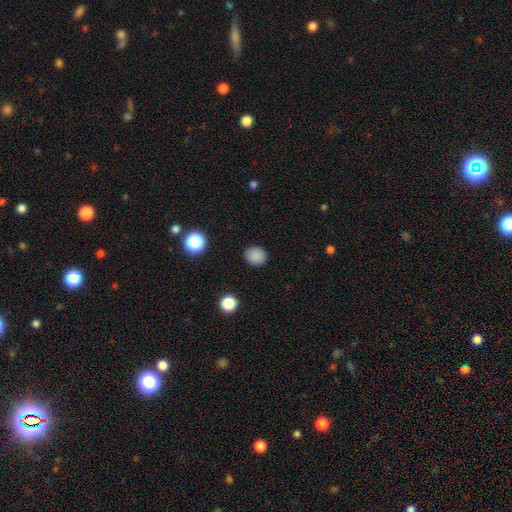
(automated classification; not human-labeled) A smooth galaxy with no disk features (86%) that is round (76%).

Vote fractions:
- Smooth or featured? smooth: 86% / star or artifact: 11% / featured or disk: 3%
- How rounded? round: 76% / in between: 23% / cigar-shaped: 1%
- Merging? none: 89% / minor disturbance: 8% / major disturbance: 2% / merger: 1%